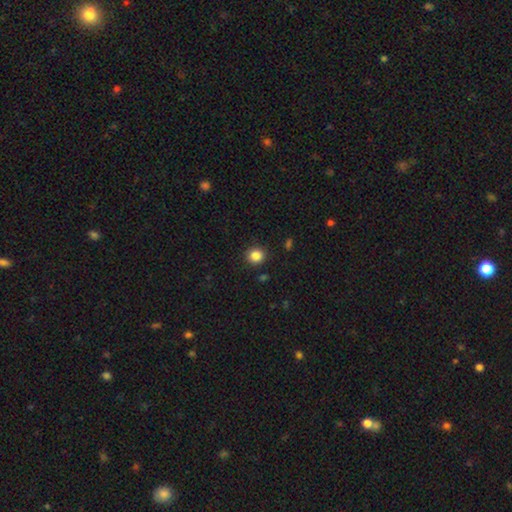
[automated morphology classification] A smooth galaxy with no disk features (86%) that is round (89%). Merging: none (90%).